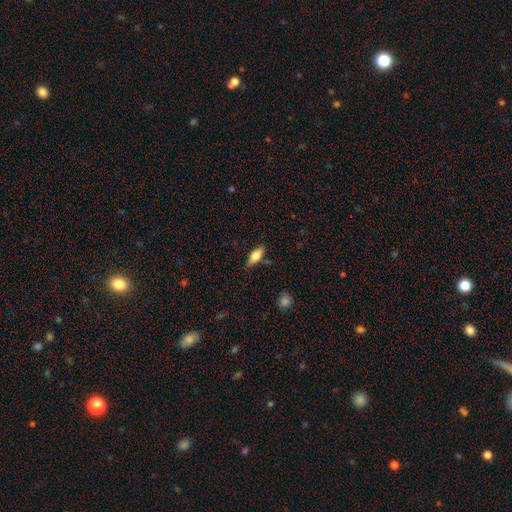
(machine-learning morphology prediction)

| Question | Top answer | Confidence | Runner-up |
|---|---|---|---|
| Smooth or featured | smooth | 69% | featured or disk (24%) |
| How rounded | in between | 75% | cigar-shaped (22%) |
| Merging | none | 80% | minor disturbance (14%) |